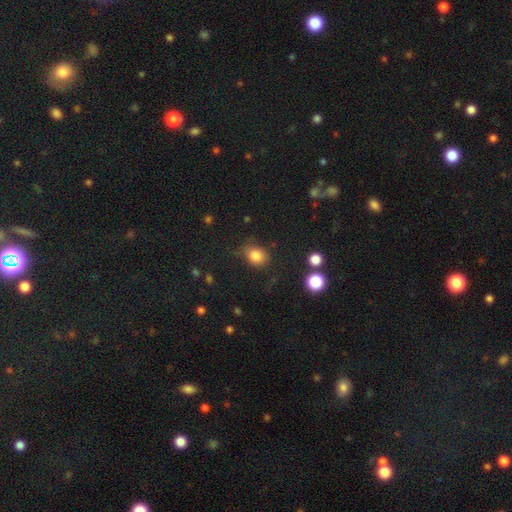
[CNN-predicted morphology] Smooth or featured: smooth — 83% (star or artifact — 11%)
How rounded: round — 57% (in between — 42%)
Merging: none — 72% (minor disturbance — 19%)